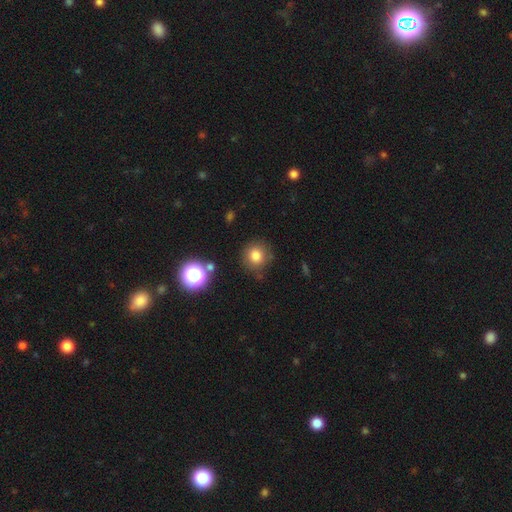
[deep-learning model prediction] smooth-or-featured: smooth: 80% | star or artifact: 13% | featured or disk: 7%
  how-rounded: round: 89% | in between: 10% | cigar-shaped: 1%
  merging: none: 81% | minor disturbance: 11% | major disturbance: 4% | merger: 3%